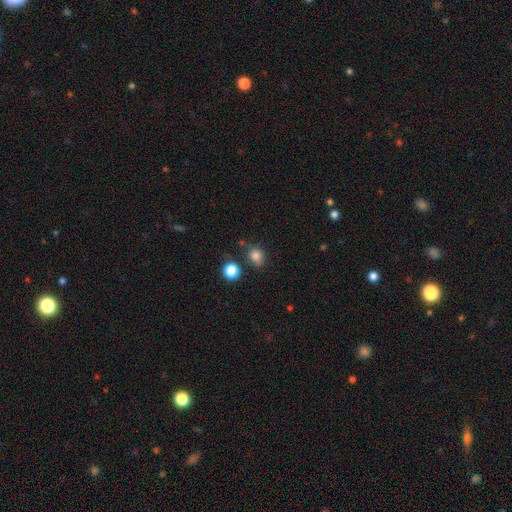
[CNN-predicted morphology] The model was most divided on "how rounded": round: 69%, in between: 30%, cigar-shaped: 1%. More confident: smooth or featured — smooth (82%); merging — none (75%).